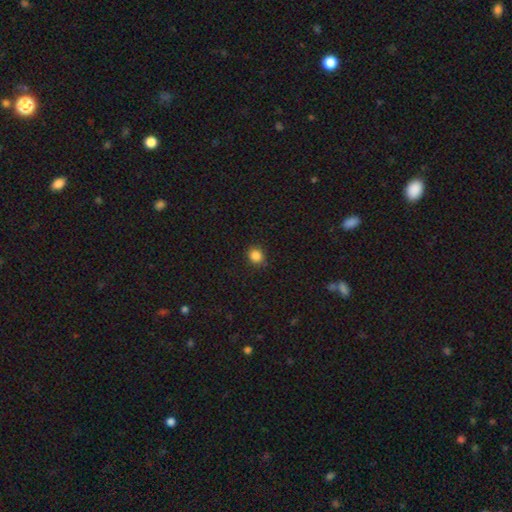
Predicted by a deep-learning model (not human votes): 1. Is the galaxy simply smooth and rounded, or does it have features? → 86% smooth, 11% star or artifact, 3% featured or disk.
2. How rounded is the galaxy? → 84% round, 15% in between, 1% cigar-shaped.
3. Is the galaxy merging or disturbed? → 87% none, 9% minor disturbance, 2% major disturbance, 1% merger.